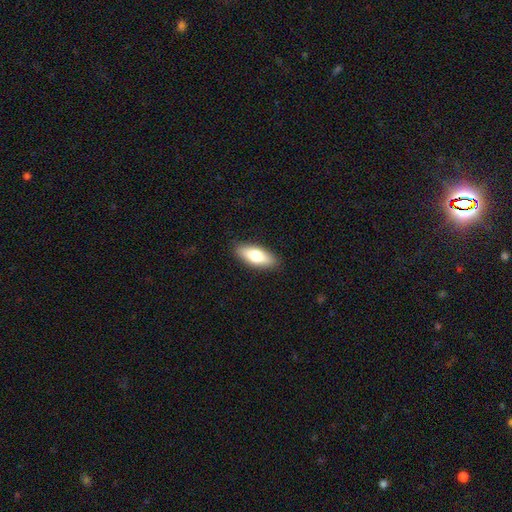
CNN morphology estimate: Smooth or featured?
  - smooth: 73% *
  - featured or disk: 20%
  - star or artifact: 6%
How rounded?
  - in between: 75% *
  - cigar-shaped: 23%
  - round: 2%
Merging?
  - none: 89% *
  - minor disturbance: 8%
  - major disturbance: 2%
  - merger: 1%